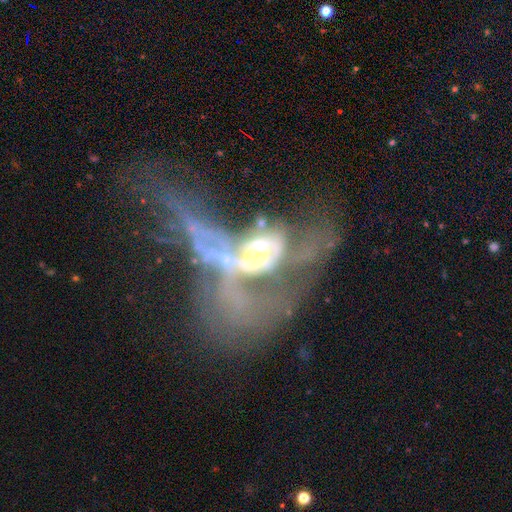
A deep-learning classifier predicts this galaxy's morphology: Smooth or featured: featured or disk — 75% (smooth — 13%)
Edge-on disk: no — 89% (yes — 11%)
Bar: no — 51% (weak — 28%)
Spiral arms: yes — 50% (tied with no — 50%)
Bulge size: moderate — 58% (large — 19%)
Merging: merger — 46% (major disturbance — 40%)